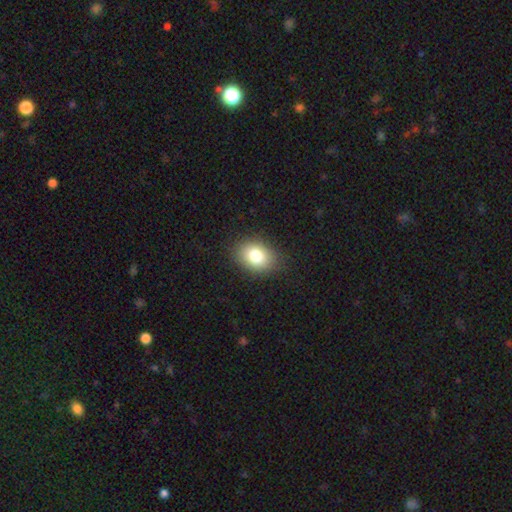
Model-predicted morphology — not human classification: This appears to be a smooth galaxy with no disk features (81%) that is in between round and cigar-shaped (67%). Merging: none (86%).